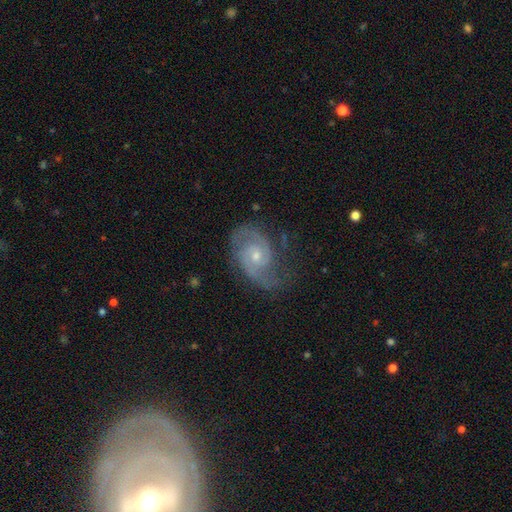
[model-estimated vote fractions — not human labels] A featured or disk galaxy (89%) with no bar (66%), 2 (82%) medium (49%) spiral arms (97%) and a small central bulge (57%).

Vote fractions:
- Smooth or featured? featured or disk: 89% / smooth: 6% / star or artifact: 5%
- Edge-on disk? no: 97% / yes: 3%
- Bar? no: 66% / weak: 29% / strong: 5%
- Spiral arms? yes: 97% / no: 3%
- Spiral winding? medium: 49% / tight: 40% / loose: 11%
- Spiral arm count? 2: 82% / 3: 7% / can't tell: 6% / 1: 2% / 4: 2% / more than 4: 2%
- Bulge size? small: 57% / moderate: 39% / none: 2% / large: 1% / dominant: 1%
- Merging? none: 70% / minor disturbance: 20% / major disturbance: 8% / merger: 1%